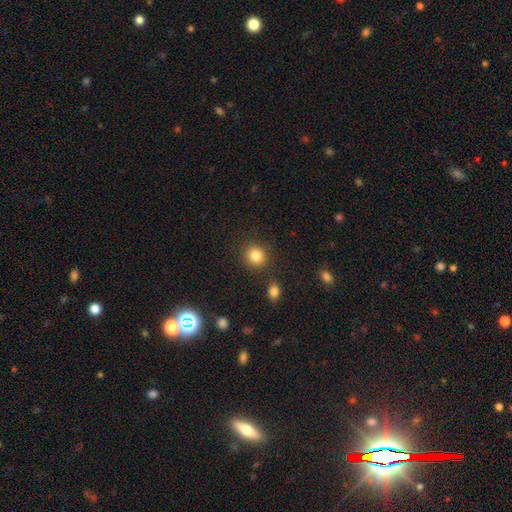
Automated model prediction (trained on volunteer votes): Smooth or featured? Predicted: smooth (p=0.85). How rounded? Predicted: round (p=0.87). Merging? Predicted: none (p=0.84).